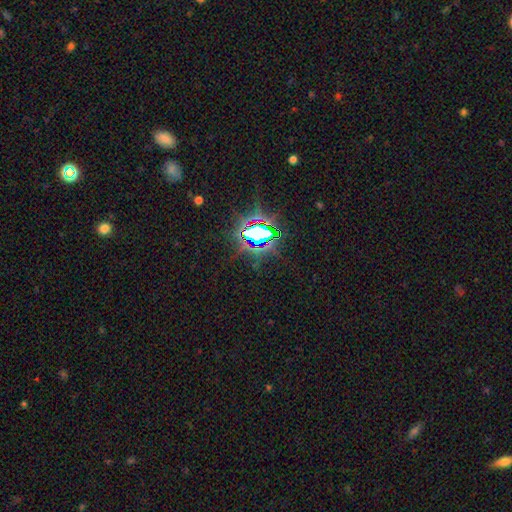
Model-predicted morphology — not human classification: Smooth or featured?
  - star or artifact: 82% *
  - smooth: 11%
  - featured or disk: 7%